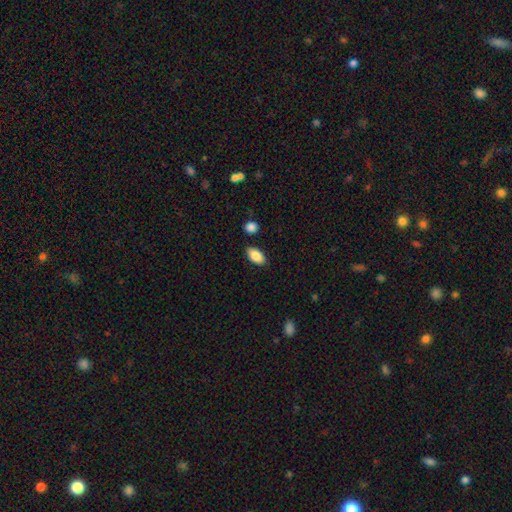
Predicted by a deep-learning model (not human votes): Smooth or featured? smooth (87%)
How rounded? in between (93%)
Merging? none (84%)